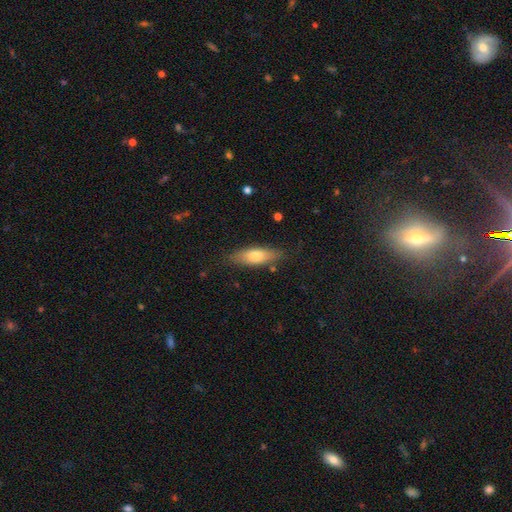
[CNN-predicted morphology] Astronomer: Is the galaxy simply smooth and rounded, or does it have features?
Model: smooth — 70%.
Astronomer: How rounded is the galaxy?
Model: in between — 55% (runner-up: cigar-shaped, 43%).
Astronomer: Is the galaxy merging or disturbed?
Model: none — 81%.